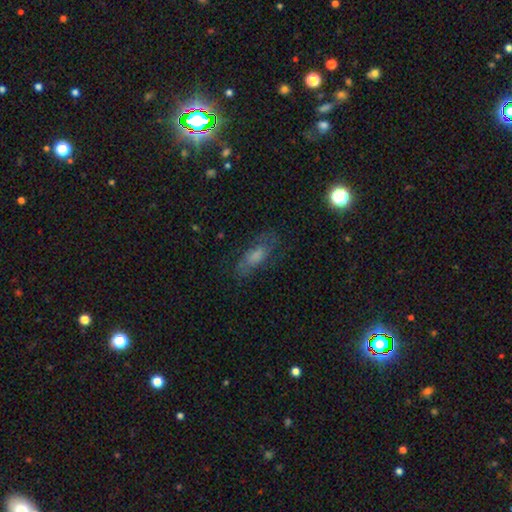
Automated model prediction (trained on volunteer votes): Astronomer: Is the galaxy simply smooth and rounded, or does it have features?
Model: smooth — 40% (runner-up: featured or disk, 37%).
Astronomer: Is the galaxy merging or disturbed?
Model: none — 71%.